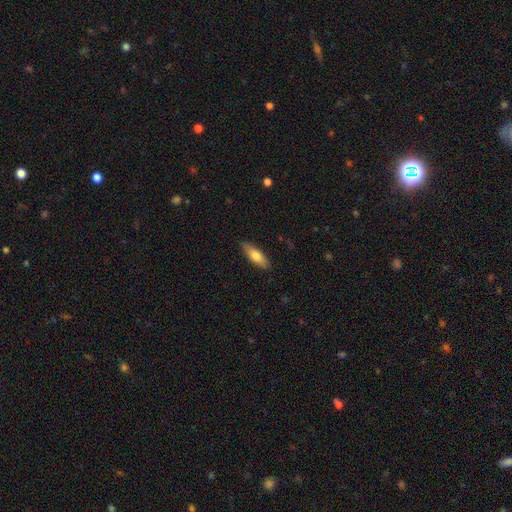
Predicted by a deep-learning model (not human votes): Overall: smooth (74%). How rounded: in between (56%; cigar-shaped 42%). Merging: none (87%).